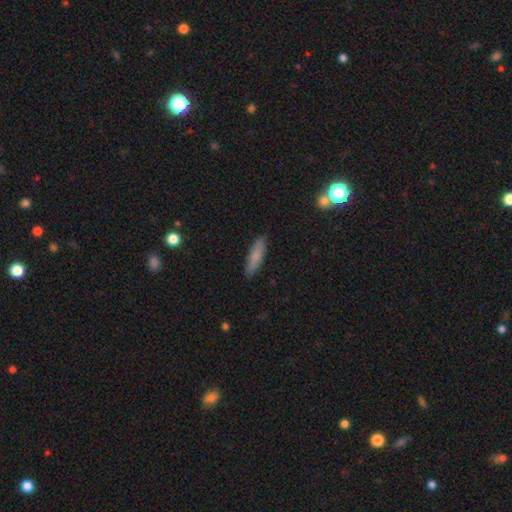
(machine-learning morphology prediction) The model was most divided on "how rounded": cigar-shaped: 73%, in between: 25%, round: 2%. More confident: merging — none (88%); smooth or featured — smooth (81%).